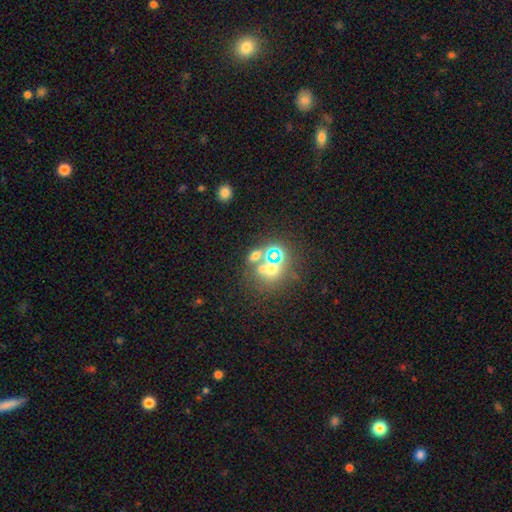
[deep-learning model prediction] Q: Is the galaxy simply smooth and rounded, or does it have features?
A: smooth — 45%.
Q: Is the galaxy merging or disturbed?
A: none — 46%.